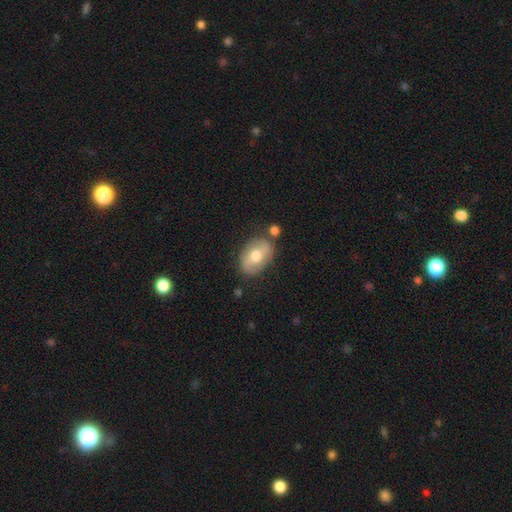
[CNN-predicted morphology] smooth-or-featured: smooth: 54% | featured or disk: 39% | star or artifact: 7%
  how-rounded: in between: 83% | round: 16% | cigar-shaped: 2%
  merging: none: 73% | minor disturbance: 16% | merger: 7% | major disturbance: 4%